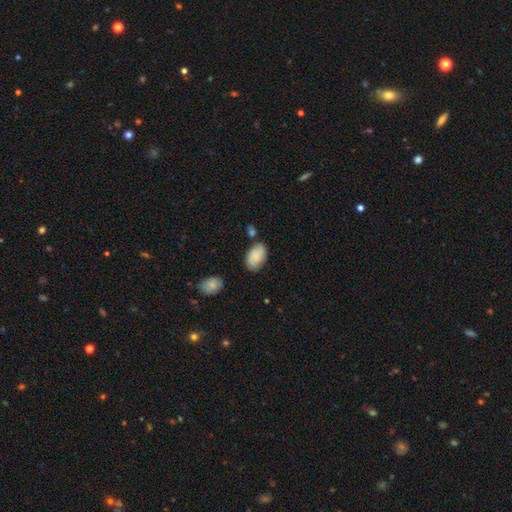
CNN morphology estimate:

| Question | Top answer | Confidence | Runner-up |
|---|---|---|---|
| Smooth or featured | smooth | 76% | featured or disk (16%) |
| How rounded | in between | 92% | round (7%) |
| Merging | none | 67% | minor disturbance (21%) |